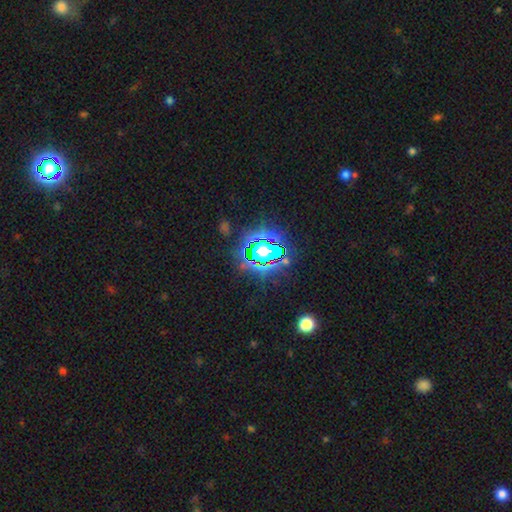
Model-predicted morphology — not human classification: type=star or artifact (79%).